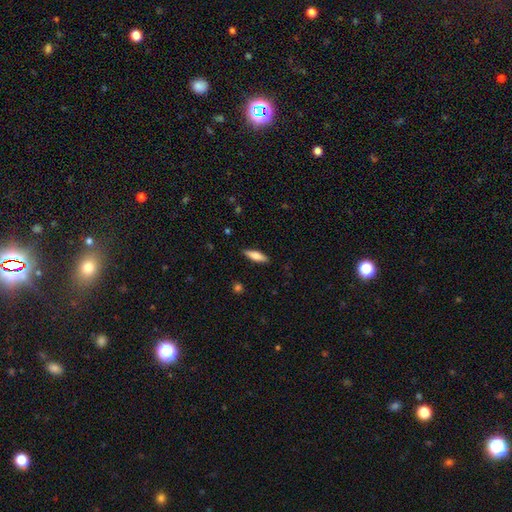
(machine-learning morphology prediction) A smooth galaxy with no disk features (70%) that is cigar-shaped (59%).

Vote fractions:
- Smooth or featured? smooth: 70% / featured or disk: 24% / star or artifact: 6%
- How rounded? cigar-shaped: 59% / in between: 39% / round: 2%
- Merging? none: 88% / minor disturbance: 9% / major disturbance: 2% / merger: 1%